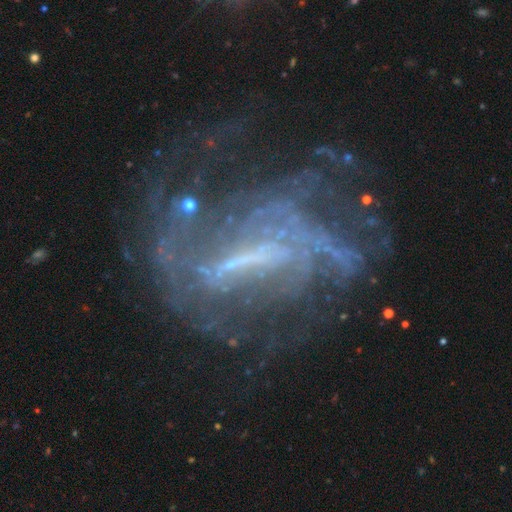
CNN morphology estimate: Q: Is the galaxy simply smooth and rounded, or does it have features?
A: featured or disk — 80%.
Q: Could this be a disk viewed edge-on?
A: no — 94%.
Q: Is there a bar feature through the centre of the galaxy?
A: strong — 51%.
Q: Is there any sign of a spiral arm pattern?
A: yes — 73%.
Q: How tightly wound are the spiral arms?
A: medium — 37%.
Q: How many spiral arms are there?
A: can't tell — 50%.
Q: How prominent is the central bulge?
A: none — 43%.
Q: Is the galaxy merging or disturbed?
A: none — 44%.